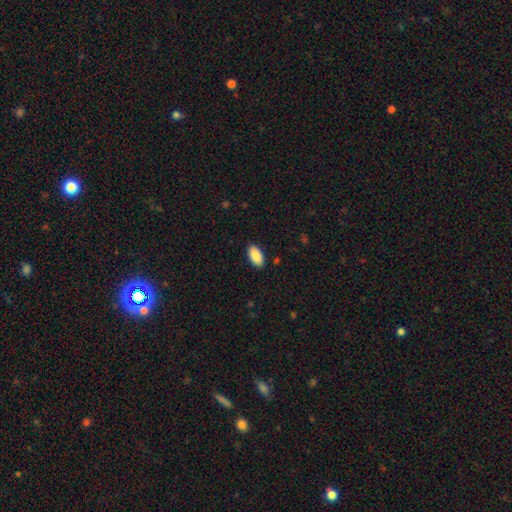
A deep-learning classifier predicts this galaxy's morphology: A smooth galaxy with no disk features (90%) that is in between round and cigar-shaped (95%).

Vote fractions:
- Smooth or featured? smooth: 90% / star or artifact: 6% / featured or disk: 4%
- How rounded? in between: 95% / cigar-shaped: 3% / round: 2%
- Merging? none: 89% / minor disturbance: 8% / major disturbance: 2% / merger: 1%